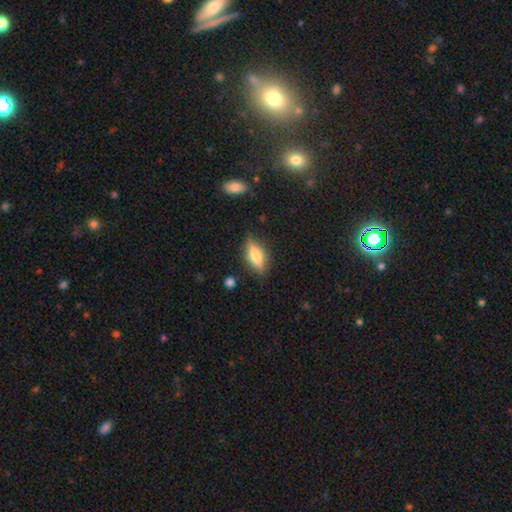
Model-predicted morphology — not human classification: smooth 47%, featured or disk 45%, star or artifact 8%. Down the decision tree: merging — none (80%).